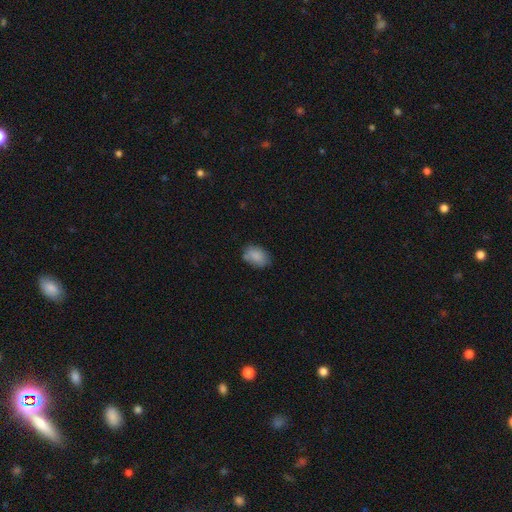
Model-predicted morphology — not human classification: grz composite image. It shows a smooth galaxy with no disk features (84%) that is in between round and cigar-shaped (82%). Merging: none (68%).